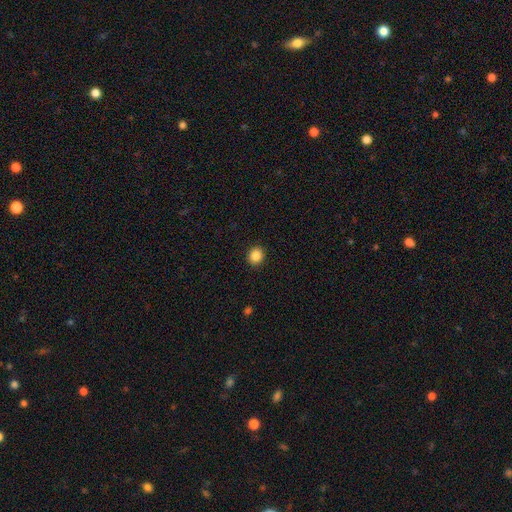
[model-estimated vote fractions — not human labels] A smooth galaxy with no disk features (87%) that is round (81%).

Vote fractions:
- Smooth or featured? smooth: 87% / star or artifact: 10% / featured or disk: 3%
- How rounded? round: 81% / in between: 18% / cigar-shaped: 1%
- Merging? none: 92% / minor disturbance: 5% / major disturbance: 2% / merger: 1%